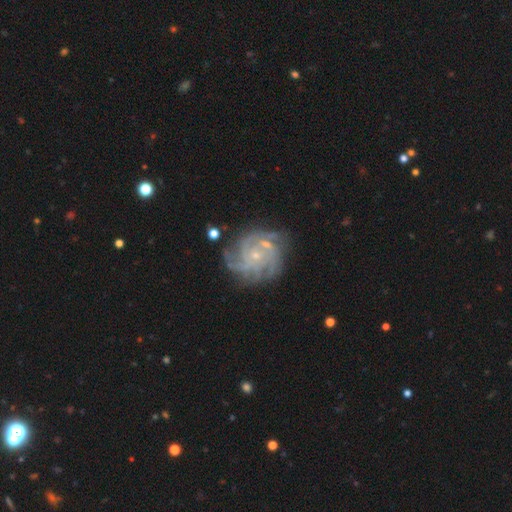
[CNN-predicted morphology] Overall: featured or disk (87%). Edge-on disk: no (98%). Bar: no (73%). Spiral arms: yes (97%). Spiral arm count: 4 (38%; 3 18%). Spiral winding: tight (64%; medium 30%). Bulge size: small (80%). Merging: none (72%).